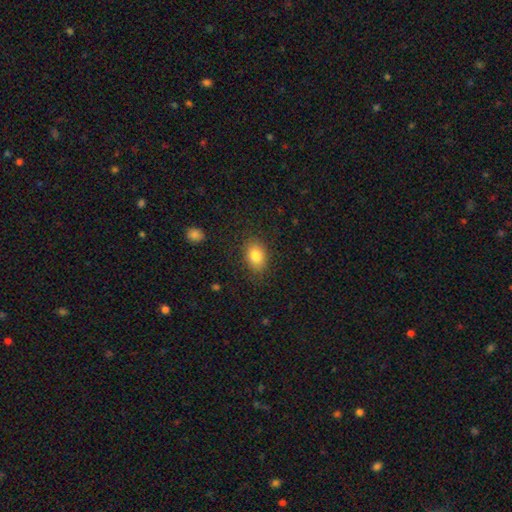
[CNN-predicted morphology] A smooth galaxy with no disk features (83%) that is in between round and cigar-shaped (78%).

Vote fractions:
- Smooth or featured? smooth: 83% / star or artifact: 9% / featured or disk: 9%
- How rounded? in between: 78% / round: 21% / cigar-shaped: 1%
- Merging? none: 83% / minor disturbance: 12% / major disturbance: 4% / merger: 1%